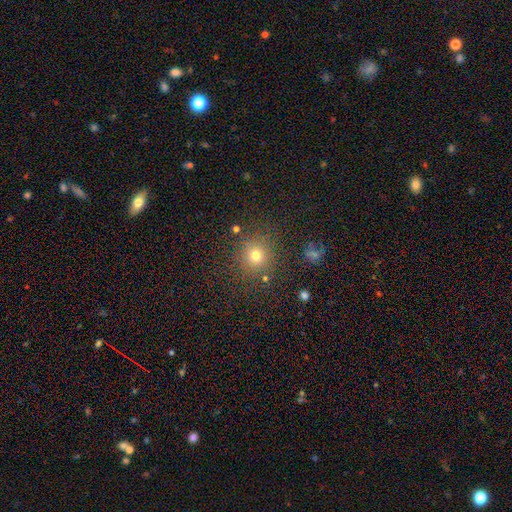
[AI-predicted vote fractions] smooth 73%, star or artifact 19%, featured or disk 8%. Down the decision tree: how rounded — round (89%); merging — none (83%).